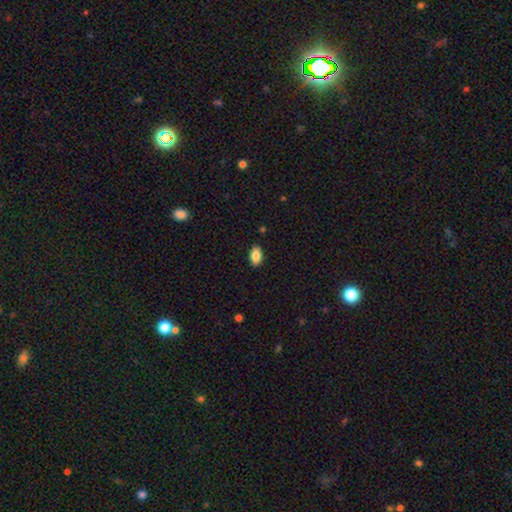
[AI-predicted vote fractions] Smooth or featured?
  - smooth: 86% *
  - star or artifact: 8%
  - featured or disk: 7%
How rounded?
  - in between: 92% *
  - round: 5%
  - cigar-shaped: 3%
Merging?
  - none: 89% *
  - minor disturbance: 8%
  - major disturbance: 2%
  - merger: 1%